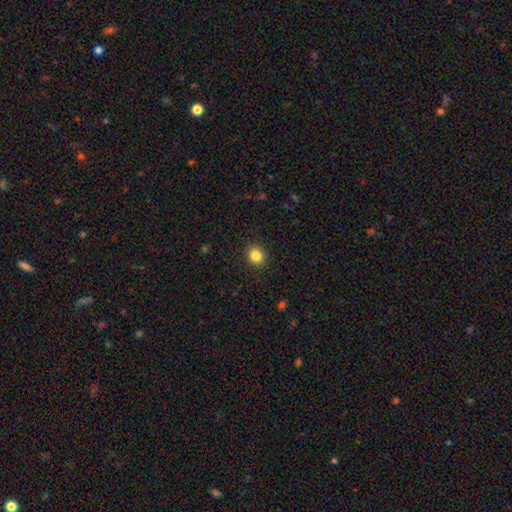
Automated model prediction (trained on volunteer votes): smooth_or_featured: smooth (p=0.84) [alt: star or artifact p=0.11]
how_rounded: round (p=0.82) [alt: in between p=0.17]
merging: none (p=0.91) [alt: minor disturbance p=0.06]